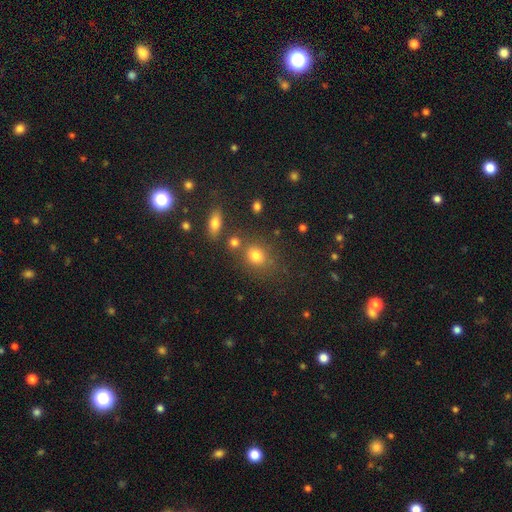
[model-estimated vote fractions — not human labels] This appears to be a smooth galaxy with no disk features (76%) that is round (68%). Merging: none (69%).